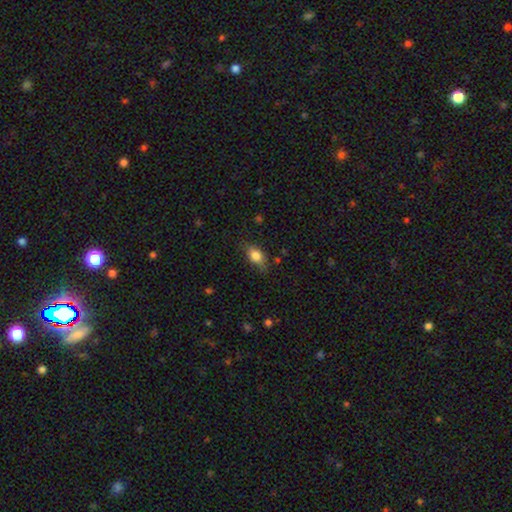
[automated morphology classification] A smooth galaxy with no disk features (78%) that is in between round and cigar-shaped (80%). Merging: none (71%).